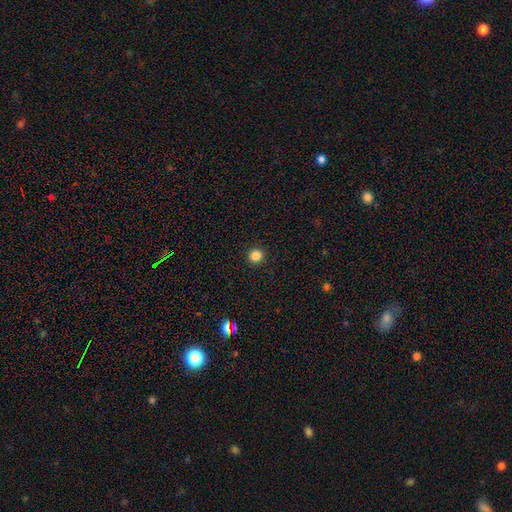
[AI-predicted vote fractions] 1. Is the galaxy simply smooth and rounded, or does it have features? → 84% smooth, 12% star or artifact, 3% featured or disk.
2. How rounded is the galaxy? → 93% round, 6% in between, 1% cigar-shaped.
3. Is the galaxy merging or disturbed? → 93% none, 4% minor disturbance, 2% major disturbance, 1% merger.